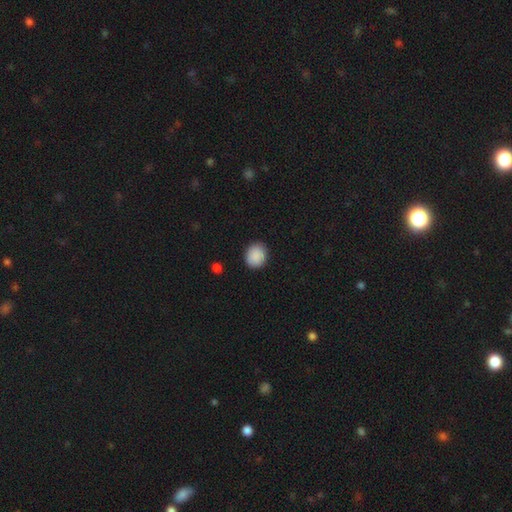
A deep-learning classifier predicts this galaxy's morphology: Overall: smooth (90%). How rounded: round (66%; in between 33%). Merging: none (87%).